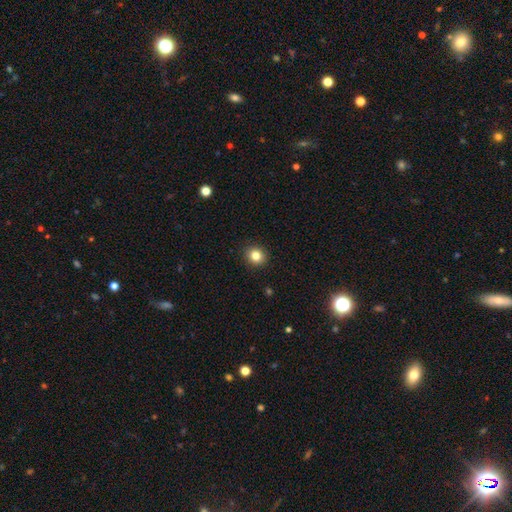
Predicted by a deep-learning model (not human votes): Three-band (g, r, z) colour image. It shows a smooth galaxy with no disk features (83%) that is round (84%). Merging: none (92%).